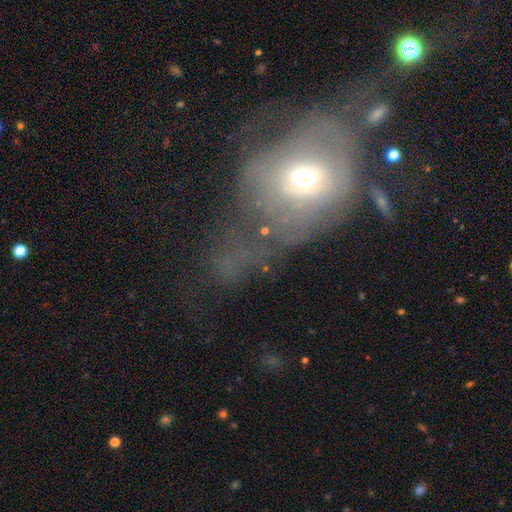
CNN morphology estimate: Smooth or featured? smooth (41%)
Merging? major disturbance (43%)